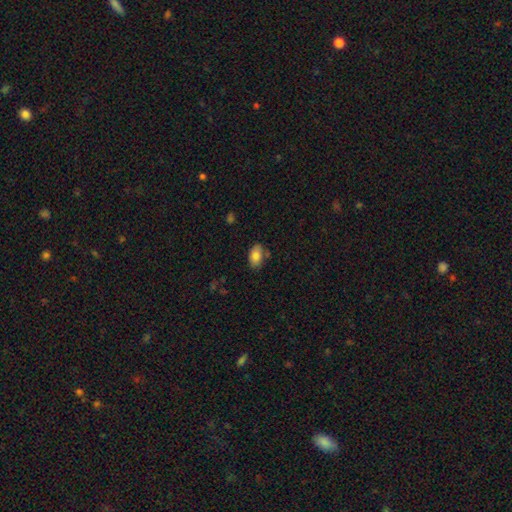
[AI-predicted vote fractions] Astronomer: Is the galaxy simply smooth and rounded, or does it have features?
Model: smooth — 83%.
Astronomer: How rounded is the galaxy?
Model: in between — 92%.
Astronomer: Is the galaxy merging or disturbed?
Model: none — 74%.